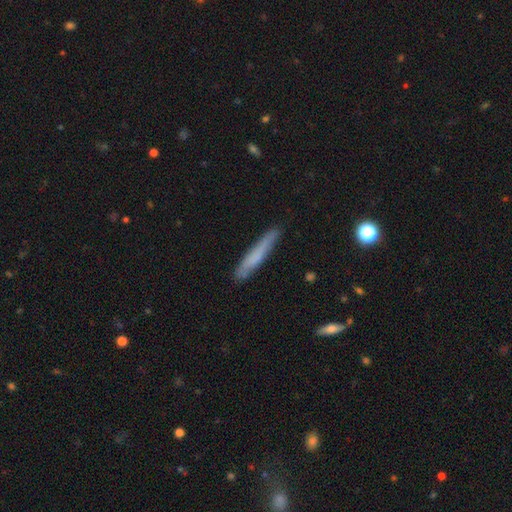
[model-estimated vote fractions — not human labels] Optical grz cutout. It shows a smooth galaxy with no disk features (65%) that is cigar-shaped (95%). Merging: none (85%).